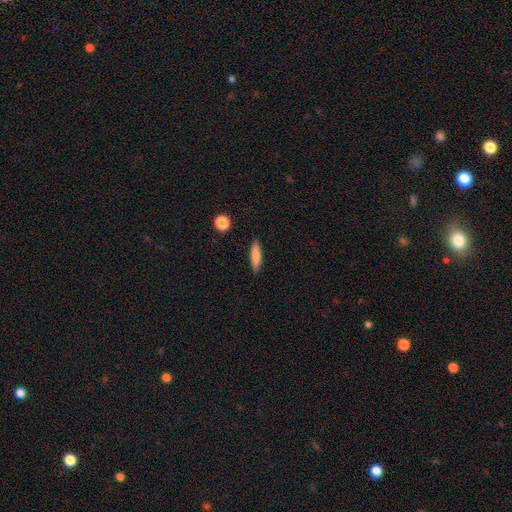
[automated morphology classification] smooth_or_featured: smooth (p=0.81) [alt: featured or disk p=0.12]
how_rounded: cigar-shaped (p=0.78) [alt: in between p=0.20]
merging: none (p=0.89) [alt: minor disturbance p=0.08]